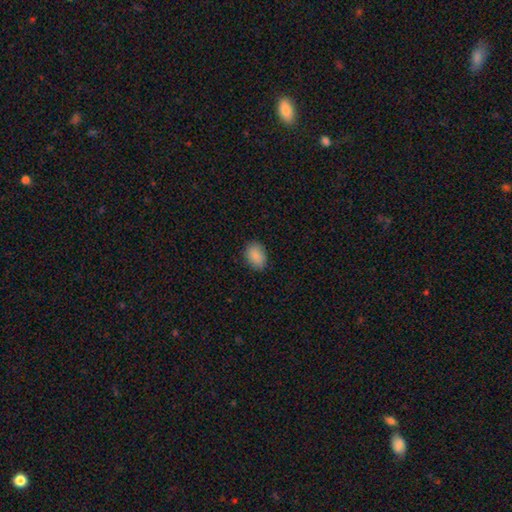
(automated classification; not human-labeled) Morphology: type=smooth (88%); roundness=in between (80%); merging=none (84%).